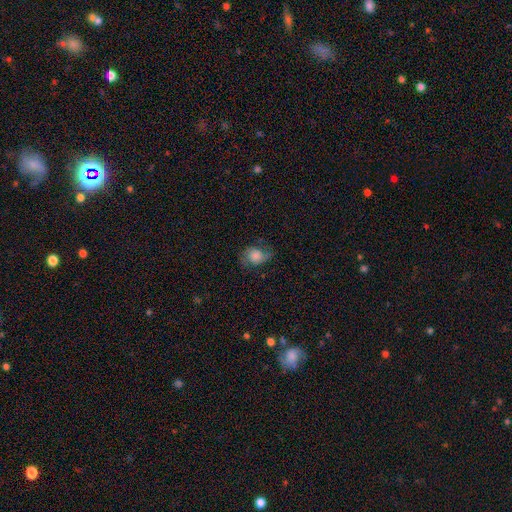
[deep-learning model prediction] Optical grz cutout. It shows a smooth galaxy with no disk features (46%). Merging: none (59%).